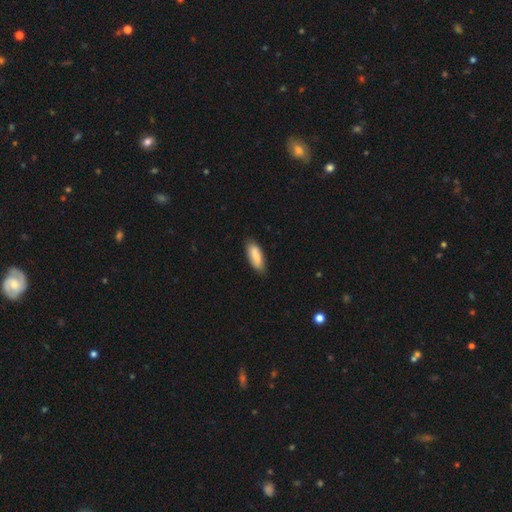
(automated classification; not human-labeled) Morphology: type=smooth (76%); roundness=in between (73%); merging=none (83%).